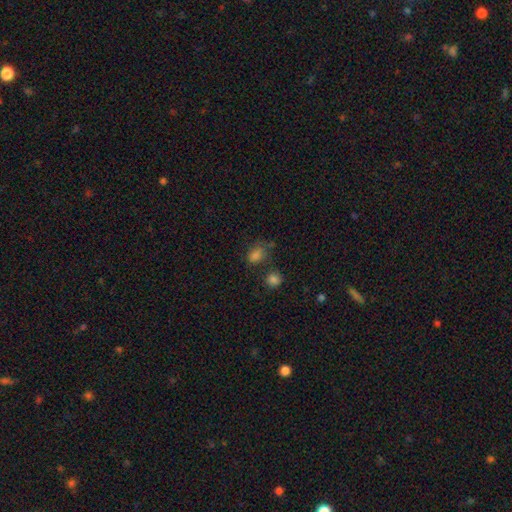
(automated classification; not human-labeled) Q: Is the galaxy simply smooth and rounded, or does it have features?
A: smooth — 76%.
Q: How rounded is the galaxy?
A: in between — 72%.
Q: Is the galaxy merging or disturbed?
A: none — 54%.